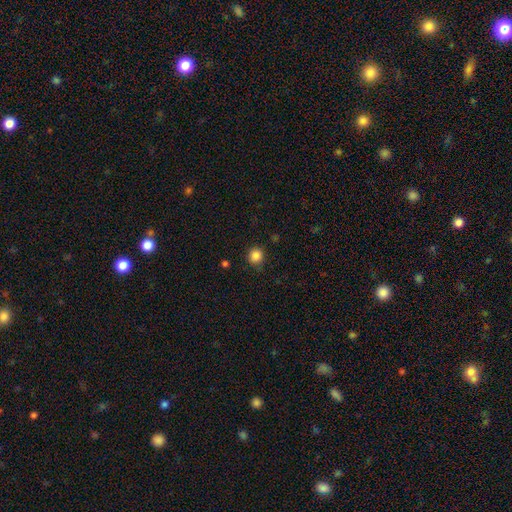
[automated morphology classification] This is clearly a smooth galaxy (85%). How rounded: clearly round (89%). Merging: clearly none (83%).